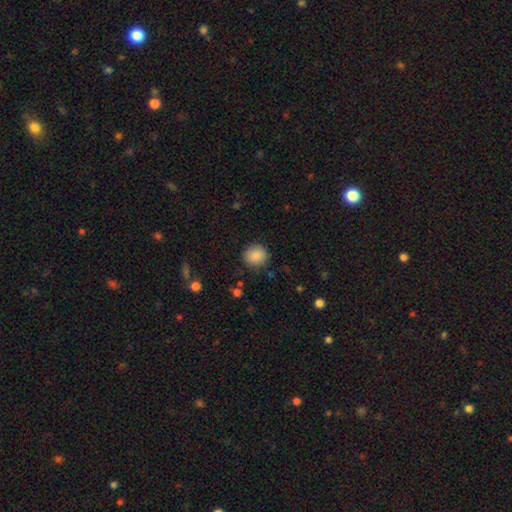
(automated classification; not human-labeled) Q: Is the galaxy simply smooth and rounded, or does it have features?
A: smooth — 87%.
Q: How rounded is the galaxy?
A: round — 85%.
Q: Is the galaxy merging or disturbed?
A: none — 88%.